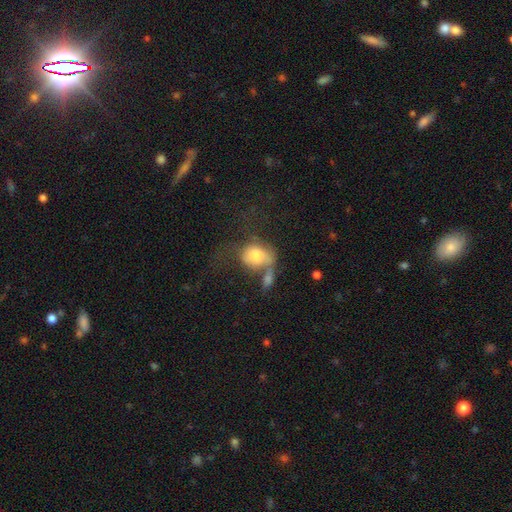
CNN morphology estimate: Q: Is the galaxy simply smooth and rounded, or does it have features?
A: smooth — 68%.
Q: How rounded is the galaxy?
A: in between — 56%.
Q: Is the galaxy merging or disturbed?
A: merger — 39%.